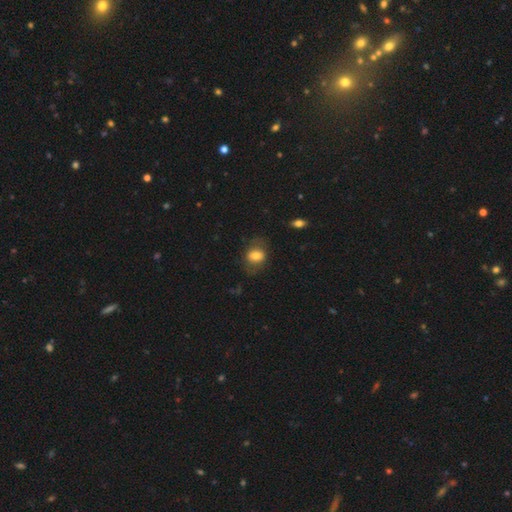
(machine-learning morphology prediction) This is likely a smooth galaxy (73%). How rounded: likely in between (63%). Merging: likely none (68%).